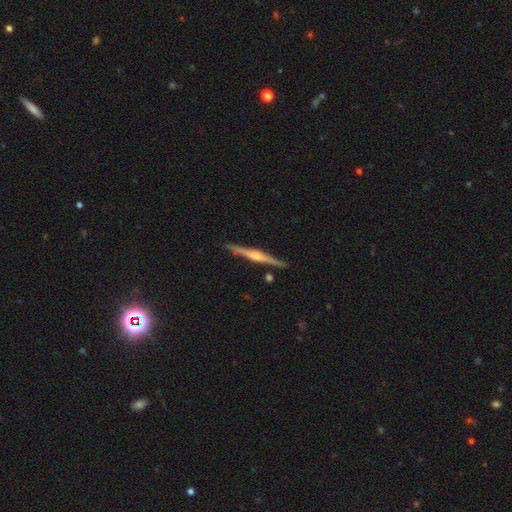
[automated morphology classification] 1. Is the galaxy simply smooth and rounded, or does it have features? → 80% featured or disk, 15% smooth, 5% star or artifact.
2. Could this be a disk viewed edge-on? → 98% yes, 2% no.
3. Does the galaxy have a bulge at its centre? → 79% rounded, 13% boxy, 8% none.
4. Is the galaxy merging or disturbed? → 89% none, 8% minor disturbance, 2% merger, 2% major disturbance.